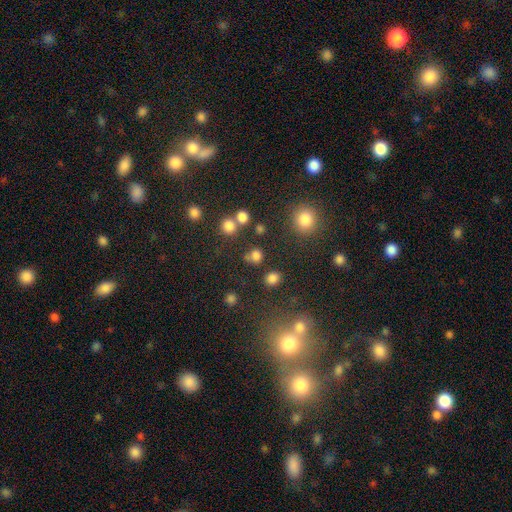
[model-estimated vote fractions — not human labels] A smooth galaxy with no disk features (75%) that is round (80%).

Vote fractions:
- Smooth or featured? smooth: 75% / star or artifact: 19% / featured or disk: 6%
- How rounded? round: 80% / in between: 19% / cigar-shaped: 1%
- Merging? none: 69% / merger: 16% / minor disturbance: 11% / major disturbance: 5%